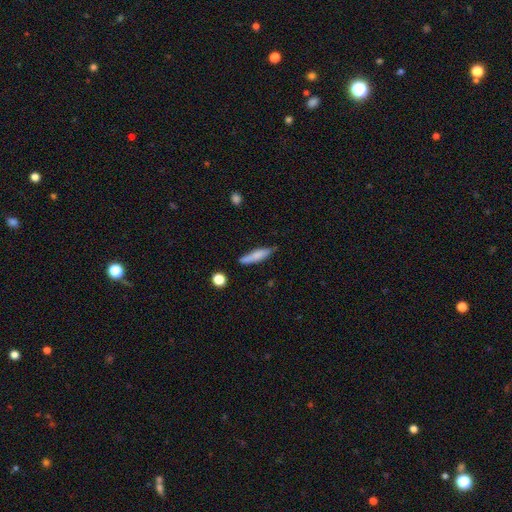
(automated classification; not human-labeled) Overall: smooth (76%). How rounded: cigar-shaped (80%). Merging: none (71%).